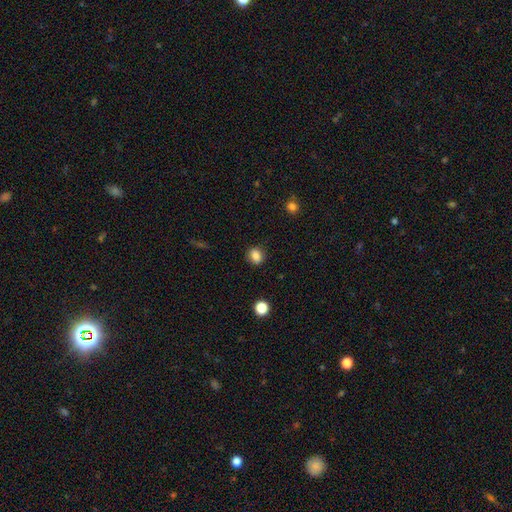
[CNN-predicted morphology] Smooth or featured? Predicted: smooth (p=0.85). How rounded? Predicted: round (p=0.61). Merging? Predicted: none (p=0.86).